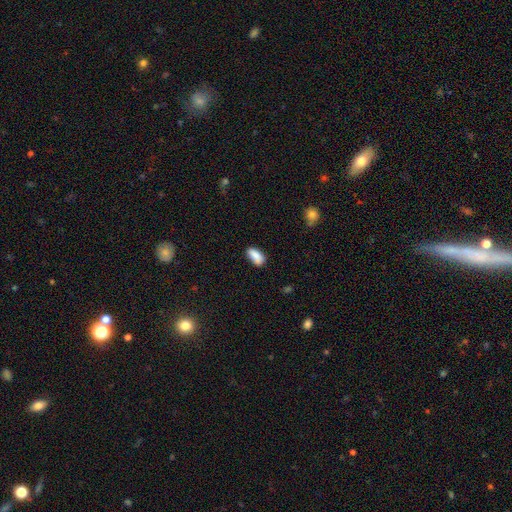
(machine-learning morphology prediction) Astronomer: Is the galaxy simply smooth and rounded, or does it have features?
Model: smooth — 86%.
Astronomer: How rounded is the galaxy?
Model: in between — 89%.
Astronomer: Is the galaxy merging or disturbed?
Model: none — 67%.